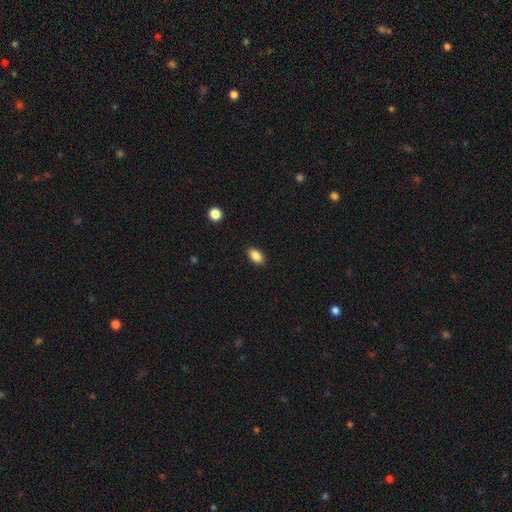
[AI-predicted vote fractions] smooth-or-featured: smooth: 87% | star or artifact: 8% | featured or disk: 5%
  how-rounded: in between: 90% | round: 7% | cigar-shaped: 2%
  merging: none: 89% | minor disturbance: 8% | major disturbance: 2% | merger: 1%